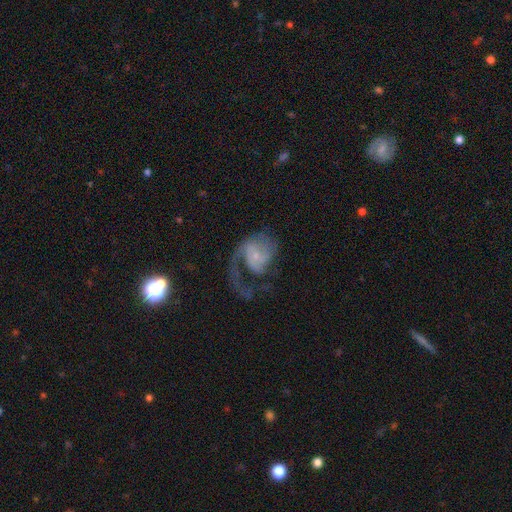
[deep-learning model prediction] The model was most divided on "spiral winding": loose: 42%, medium: 41%, tight: 17%. Remaining: edge-on disk — no (98%); spiral arms — yes (91%); smooth or featured — featured or disk (80%); bulge size — small (71%); bar — no (61%); merging — major disturbance (51%); spiral arm count — 1 (49%).